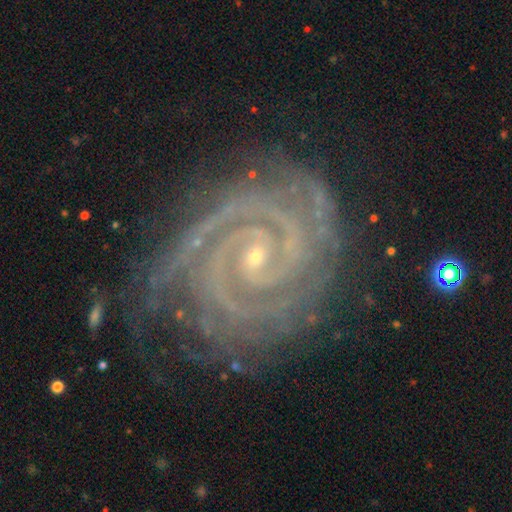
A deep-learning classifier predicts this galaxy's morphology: Smooth or featured? featured or disk (93%)
Edge-on disk? no (98%)
Bar? no (52%)
Spiral arms? yes (99%)
Spiral winding? tight (86%)
Spiral arm count? 2 (65%)
Bulge size? small (82%)
Merging? none (75%)